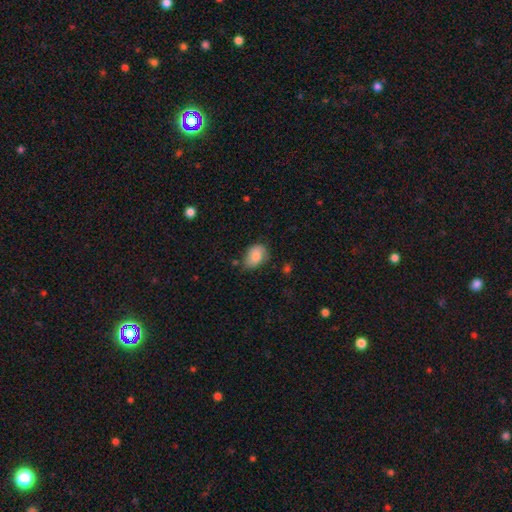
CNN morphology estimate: Overall: smooth (82%). How rounded: in between (83%). Merging: none (59%; minor disturbance 31%).